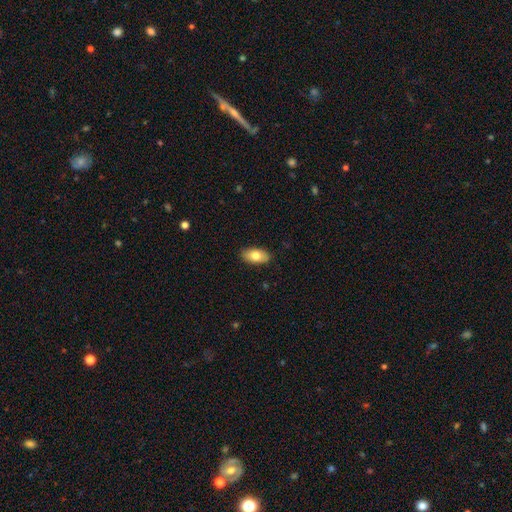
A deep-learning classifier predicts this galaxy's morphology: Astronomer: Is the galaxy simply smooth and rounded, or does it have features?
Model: smooth — 75%.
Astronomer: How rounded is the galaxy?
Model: in between — 92%.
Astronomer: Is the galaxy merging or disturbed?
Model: none — 88%.